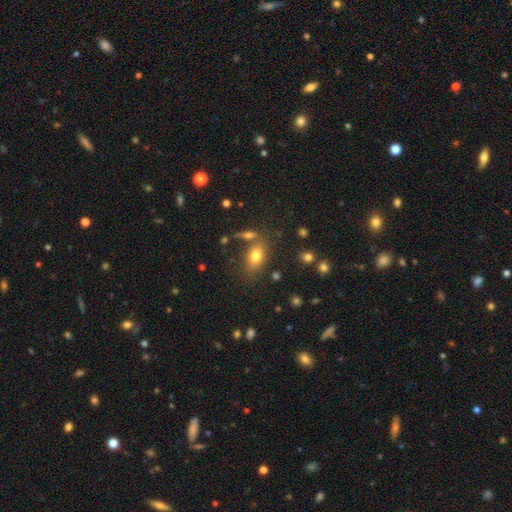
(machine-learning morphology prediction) A smooth galaxy with no disk features (76%) that is in between round and cigar-shaped (84%). Merging: none (66%).